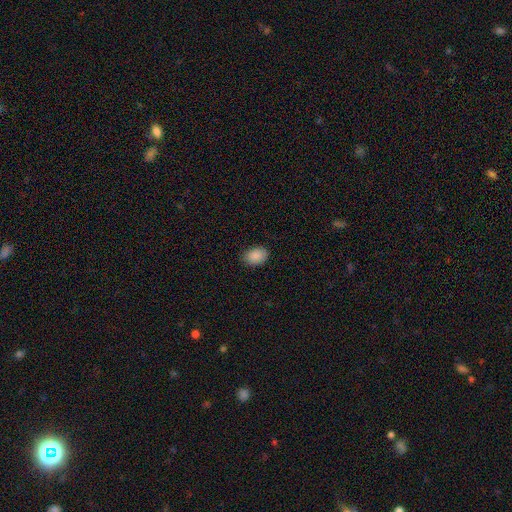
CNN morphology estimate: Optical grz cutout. It shows a smooth galaxy with no disk features (89%) that is in between round and cigar-shaped (79%). Merging: none (85%).